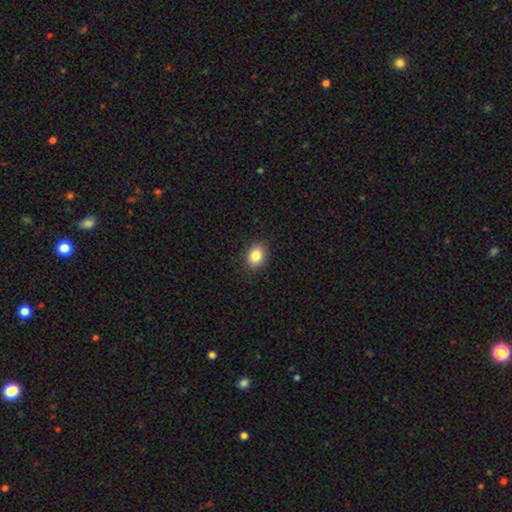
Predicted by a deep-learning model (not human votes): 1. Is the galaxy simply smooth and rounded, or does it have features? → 85% smooth, 10% star or artifact, 6% featured or disk.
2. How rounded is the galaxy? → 51% round, 48% in between, 1% cigar-shaped.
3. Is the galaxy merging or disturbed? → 89% none, 8% minor disturbance, 2% major disturbance, 1% merger.